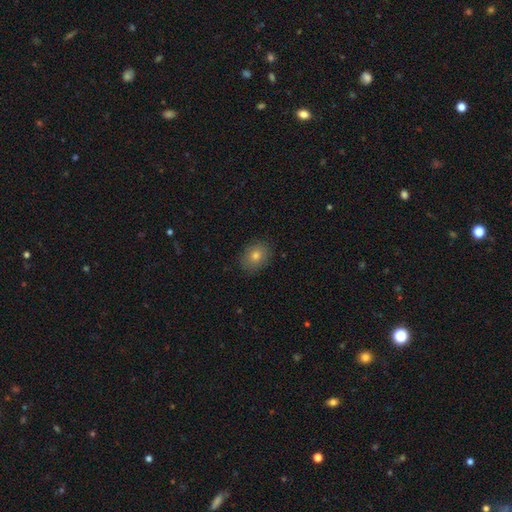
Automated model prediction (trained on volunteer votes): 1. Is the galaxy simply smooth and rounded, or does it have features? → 76% smooth, 12% star or artifact, 11% featured or disk.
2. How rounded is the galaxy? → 59% in between, 40% round, 1% cigar-shaped.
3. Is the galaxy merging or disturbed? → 87% none, 9% minor disturbance, 2% major disturbance, 1% merger.